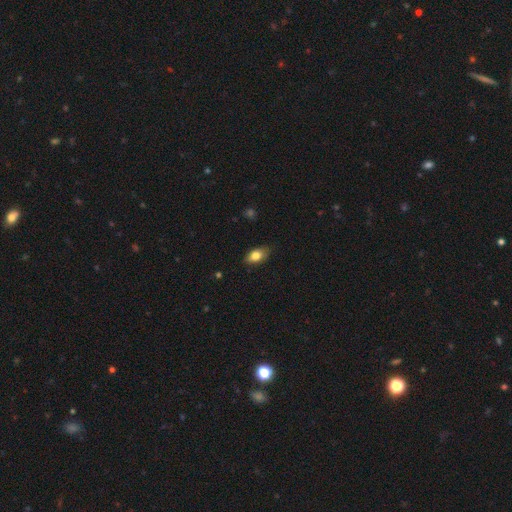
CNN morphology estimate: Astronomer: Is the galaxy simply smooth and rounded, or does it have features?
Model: smooth — 79%.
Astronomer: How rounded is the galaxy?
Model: in between — 87%.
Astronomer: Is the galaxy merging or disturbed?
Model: none — 81%.